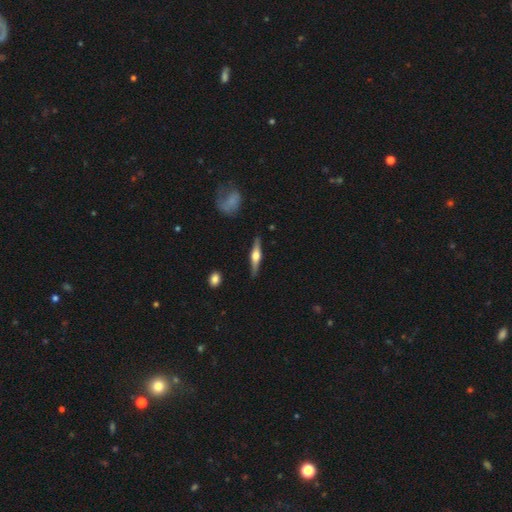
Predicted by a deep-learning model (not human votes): Morphology: type=featured or disk (71%); edge-on=yes (97%); edge-on bulge=rounded (93%); merging=none (88%).